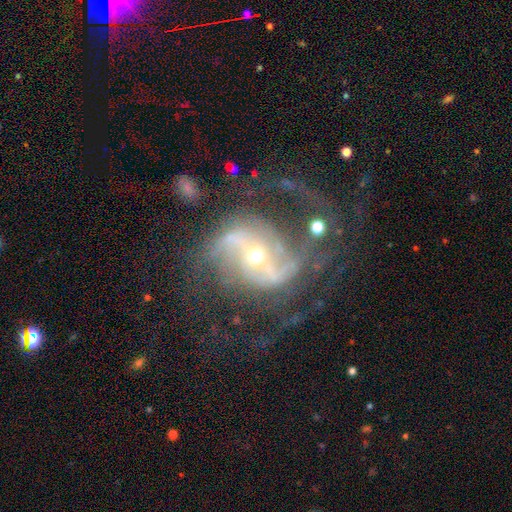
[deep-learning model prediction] smooth-or-featured: featured or disk: 89% | star or artifact: 7% | smooth: 4%
  disk-edge-on: no: 97% | yes: 3%
    bar: strong: 45% | weak: 33% | no: 22%
    has-spiral-arms: yes: 96% | no: 4%
      spiral-winding: loose: 43% (tied) | medium: 43% (tied) | tight: 14%
      spiral-arm-count: 2: 76% | can't tell: 9% | 3: 7% | 1: 3% | 4: 3% | more than 4: 3%
    bulge-size: small: 61% | moderate: 34% | large: 2% | dominant: 1% | none: 1%
  merging: none: 55% | major disturbance: 25% | minor disturbance: 16% | merger: 4%